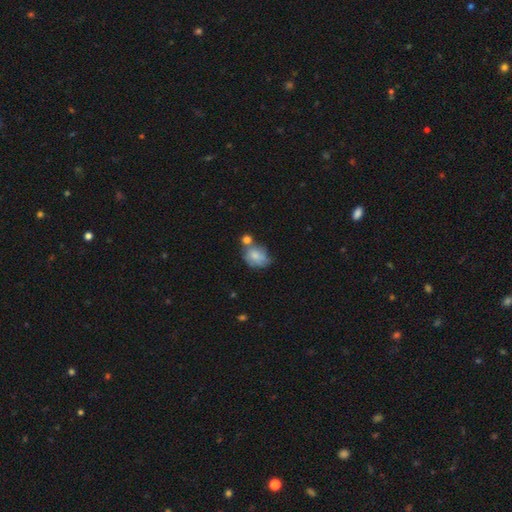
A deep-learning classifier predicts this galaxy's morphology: Smooth or featured? Predicted: smooth (p=0.67). How rounded? Predicted: in between (p=0.56). Merging? Predicted: none (p=0.34).